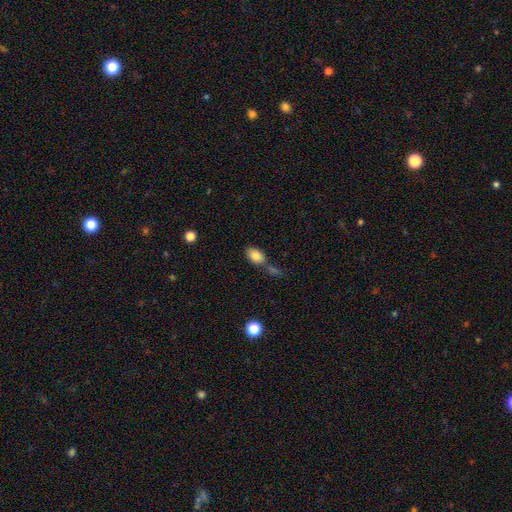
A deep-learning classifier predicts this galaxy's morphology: smooth 84%, star or artifact 9%, featured or disk 7%. Down the decision tree: how rounded — in between (87%); merging — none (55%).